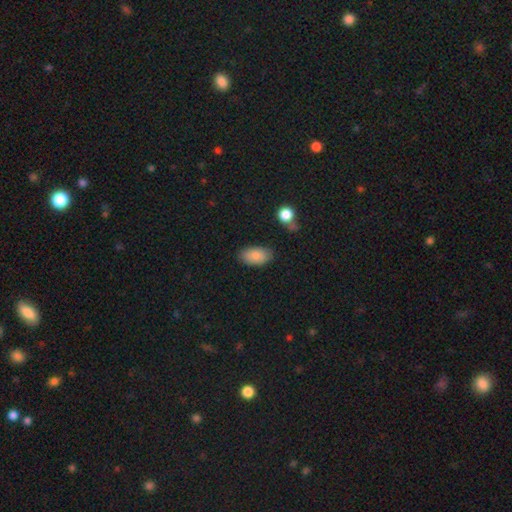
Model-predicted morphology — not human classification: type=smooth (86%); roundness=in between (94%); merging=none (81%).